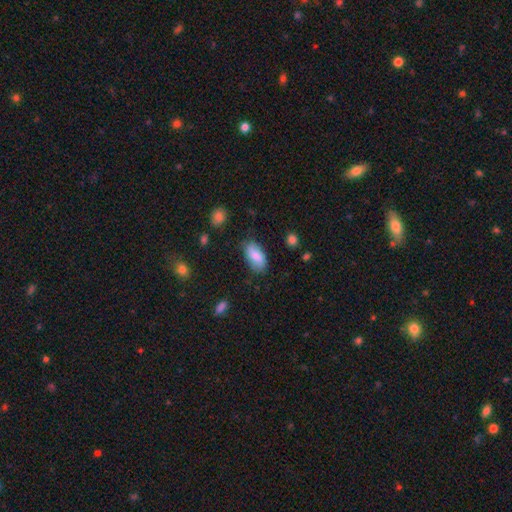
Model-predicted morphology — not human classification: Overall: smooth (81%). How rounded: in between (92%). Merging: none (73%).